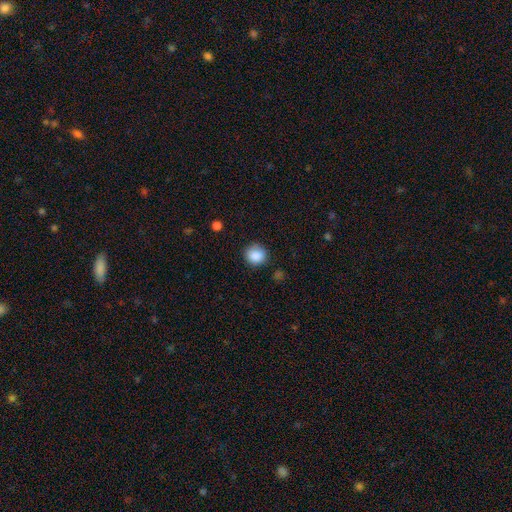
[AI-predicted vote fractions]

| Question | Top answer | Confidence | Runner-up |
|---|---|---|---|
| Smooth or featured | smooth | 87% | star or artifact (9%) |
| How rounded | round | 84% | in between (15%) |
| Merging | none | 81% | minor disturbance (14%) |